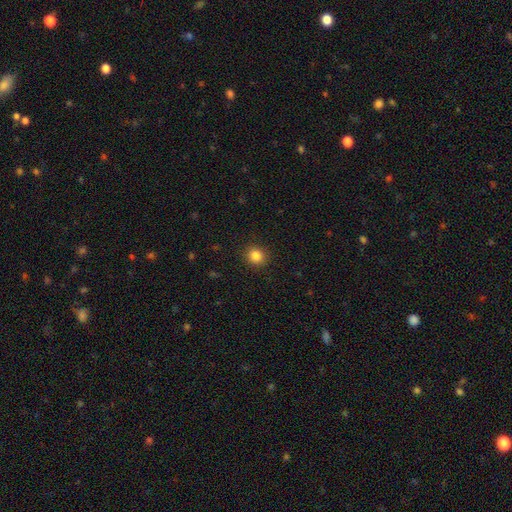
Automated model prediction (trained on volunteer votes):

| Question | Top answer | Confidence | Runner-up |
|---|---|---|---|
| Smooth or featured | smooth | 84% | star or artifact (11%) |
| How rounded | round | 83% | in between (17%) |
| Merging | none | 91% | minor disturbance (6%) |